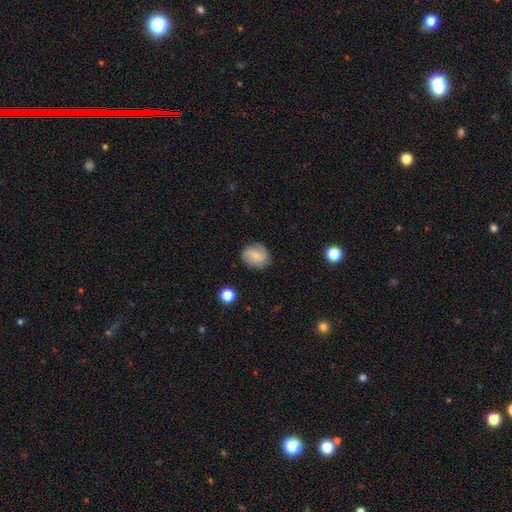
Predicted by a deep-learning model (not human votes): This appears to be a smooth galaxy with no disk features (67%) that is round (62%). Merging: none (80%).